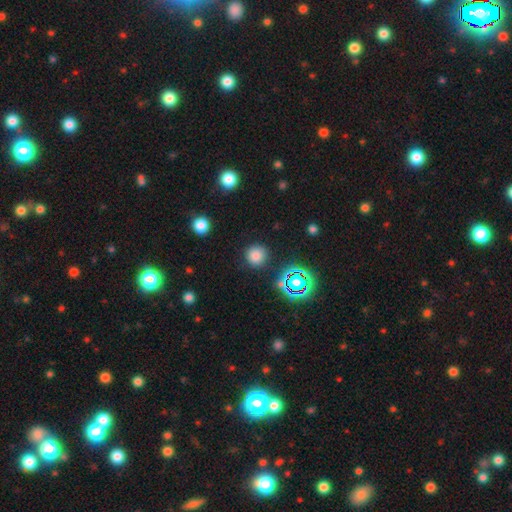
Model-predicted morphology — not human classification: type=smooth (76%); roundness=round (94%); merging=none (88%).